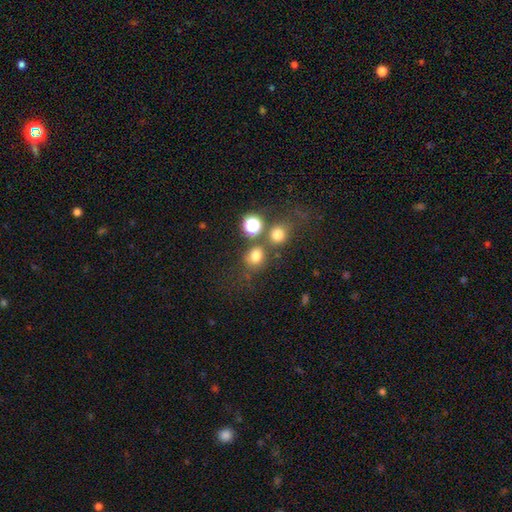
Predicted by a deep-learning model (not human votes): Morphology: type=smooth (73%); roundness=round (73%); merging=none (60%).